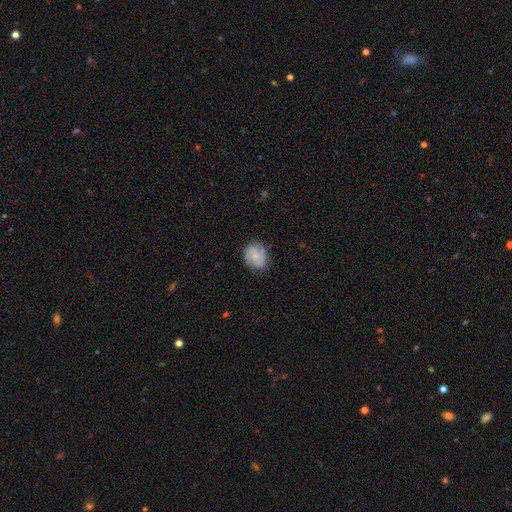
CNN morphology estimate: This appears to be a featured or disk galaxy (52%) with no bar (68%), spiral arms (88%) and a small central bulge (60%). Merging: none (71%).